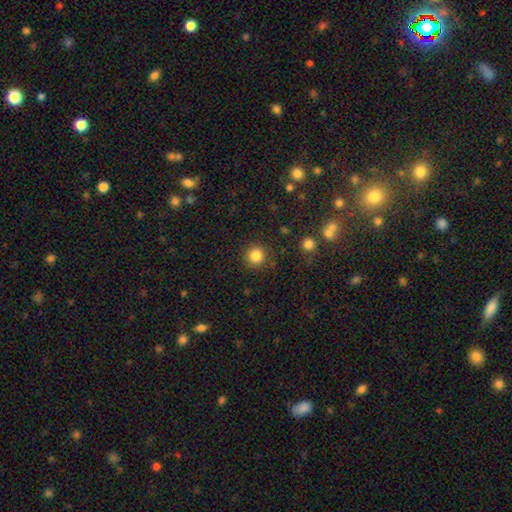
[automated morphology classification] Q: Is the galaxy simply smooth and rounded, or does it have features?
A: smooth — 84%.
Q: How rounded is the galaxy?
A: round — 94%.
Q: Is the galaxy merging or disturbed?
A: none — 90%.